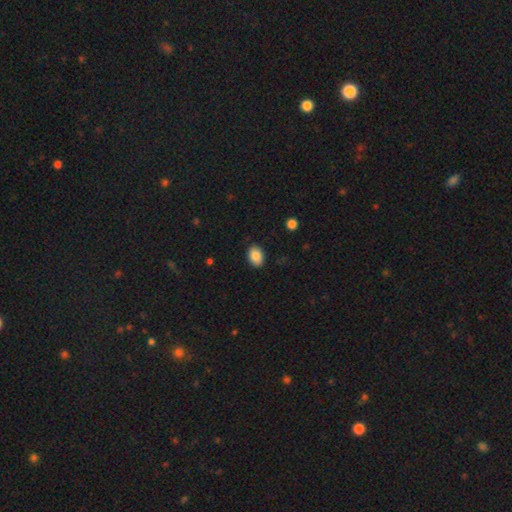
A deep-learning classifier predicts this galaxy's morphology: Smooth or featured? smooth (87%)
How rounded? in between (77%)
Merging? none (89%)